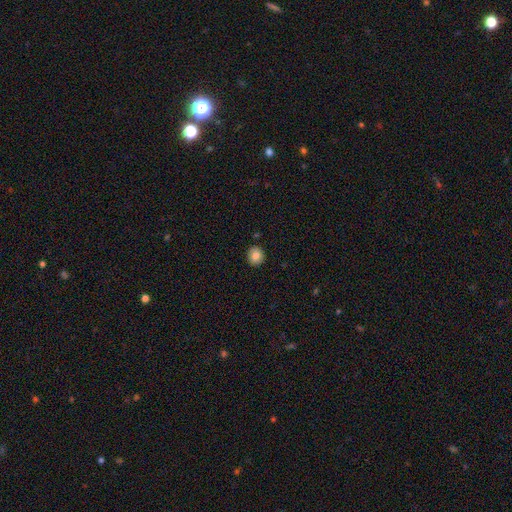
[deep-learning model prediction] Smooth or featured? smooth (81%)
How rounded? round (82%)
Merging? none (90%)